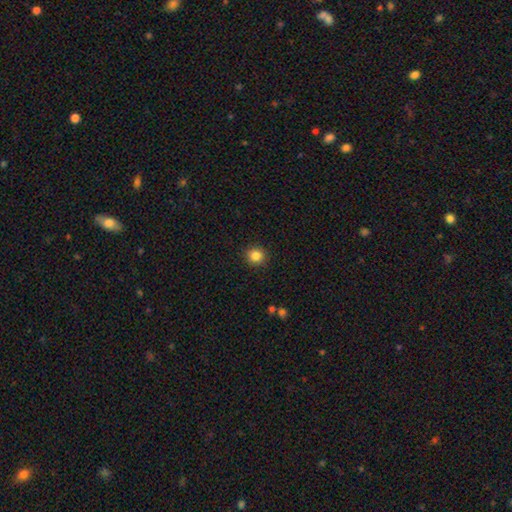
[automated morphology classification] type=smooth (85%); roundness=round (91%); merging=none (92%).